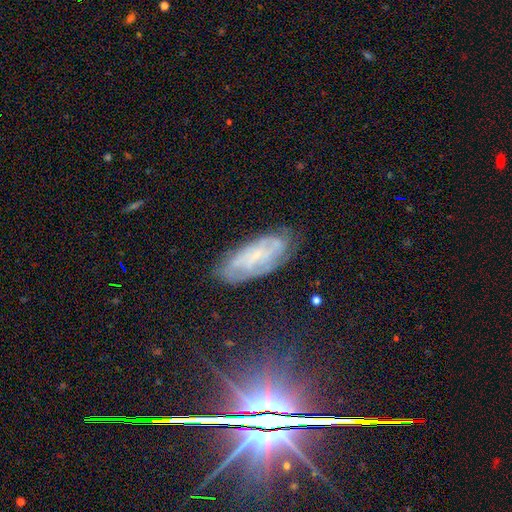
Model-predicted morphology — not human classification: featured or disk 64%, smooth 23%, star or artifact 12%. Down the decision tree: edge-on disk — no (87%); bar — no (62%); spiral arms — yes (84%); bulge size — small (70%); merging — none (76%).